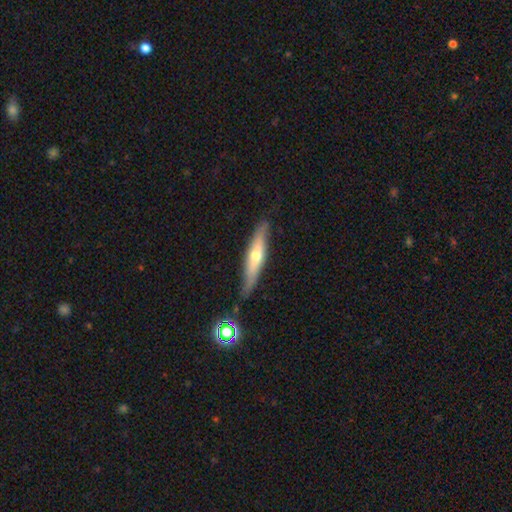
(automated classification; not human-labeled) The model was most divided on "smooth or featured": featured or disk: 51%, smooth: 43%, star or artifact: 7%. More confident: edge-on disk — yes (85%); merging — none (79%).